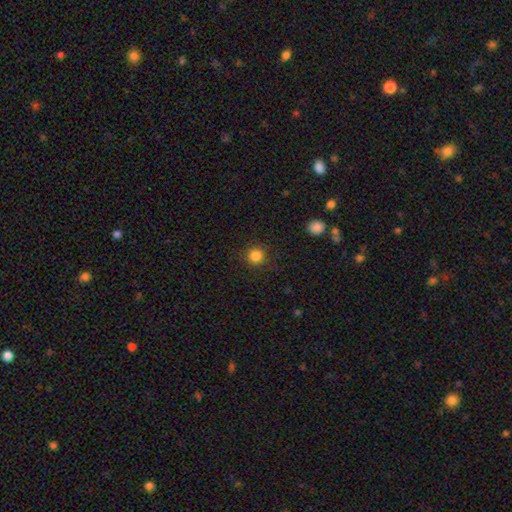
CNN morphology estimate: smooth_or_featured: smooth (p=0.85) [alt: star or artifact p=0.12]
how_rounded: round (p=0.94) [alt: in between p=0.05]
merging: none (p=0.89) [alt: minor disturbance p=0.07]